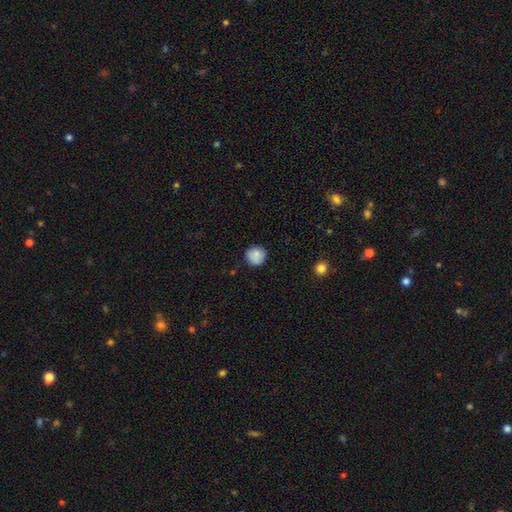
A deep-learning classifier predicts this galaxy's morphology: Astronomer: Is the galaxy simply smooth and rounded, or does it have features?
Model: smooth — 84%.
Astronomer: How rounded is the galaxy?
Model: round — 92%.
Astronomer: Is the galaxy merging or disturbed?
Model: none — 84%.